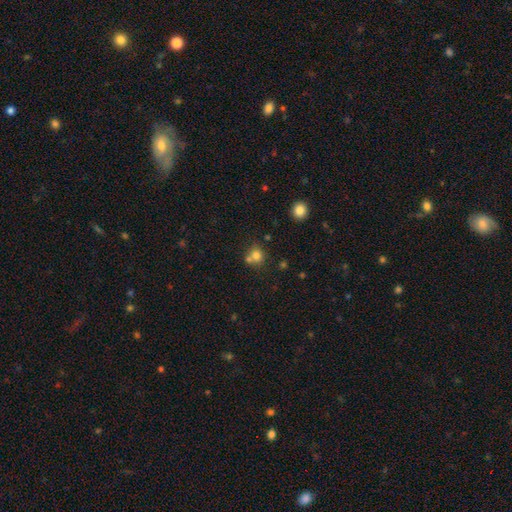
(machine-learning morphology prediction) smooth_or_featured: smooth (p=0.76) [alt: star or artifact p=0.14]
how_rounded: round (p=0.84) [alt: in between p=0.15]
merging: none (p=0.51) [alt: merger p=0.36]